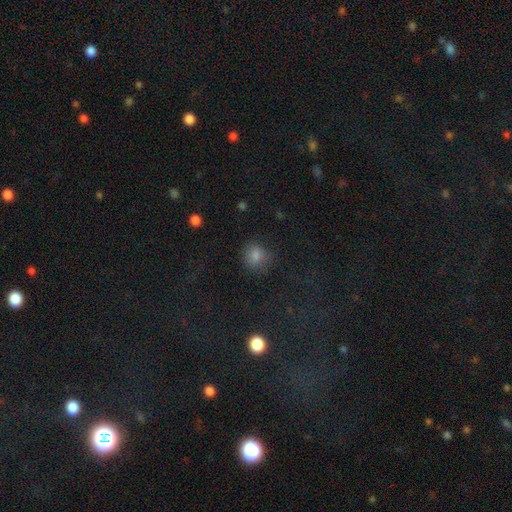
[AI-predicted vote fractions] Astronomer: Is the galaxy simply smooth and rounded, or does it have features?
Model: smooth — 77%.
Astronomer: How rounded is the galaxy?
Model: round — 70%.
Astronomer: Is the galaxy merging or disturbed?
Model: none — 70%.